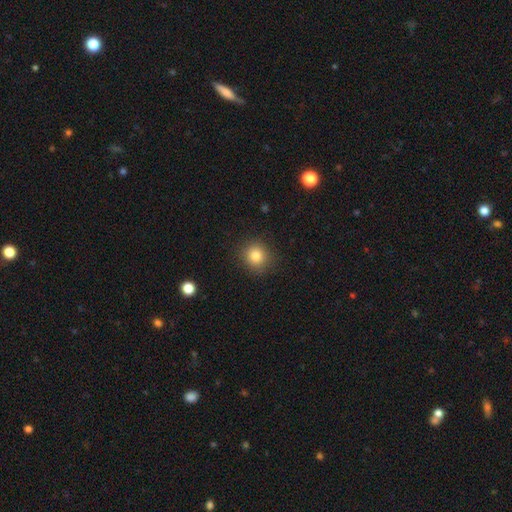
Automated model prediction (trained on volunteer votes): smooth-or-featured: smooth: 82% | star or artifact: 12% | featured or disk: 6%
  how-rounded: round: 90% | in between: 9% | cigar-shaped: 1%
  merging: none: 89% | minor disturbance: 8% | major disturbance: 3% | merger: 1%